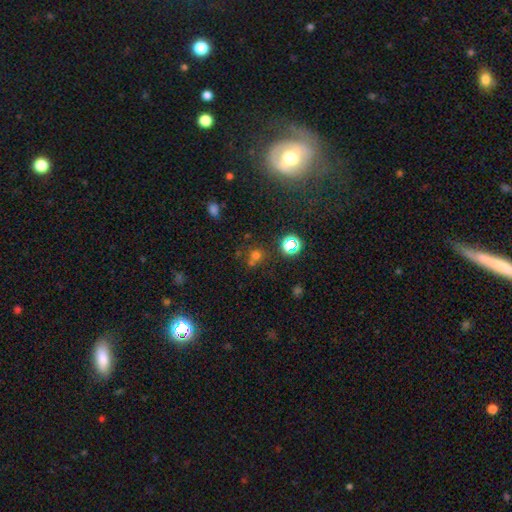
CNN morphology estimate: smooth_or_featured: smooth (p=0.56) [alt: star or artifact p=0.34]
how_rounded: round (p=0.85) [alt: in between p=0.14]
merging: none (p=0.59) [alt: merger p=0.24]